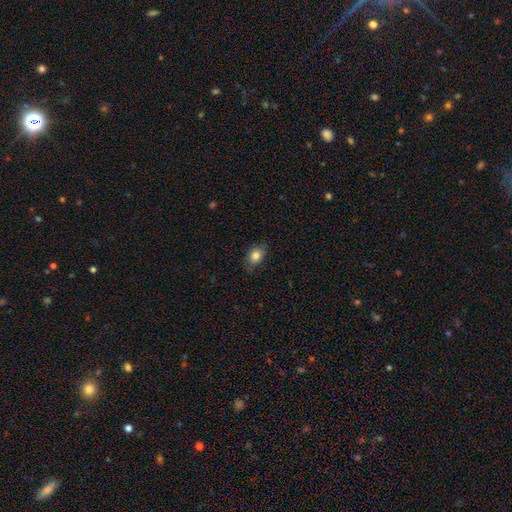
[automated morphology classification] This is clearly a smooth galaxy (81%). How rounded: likely in between (72%). Merging: likely none (77%).